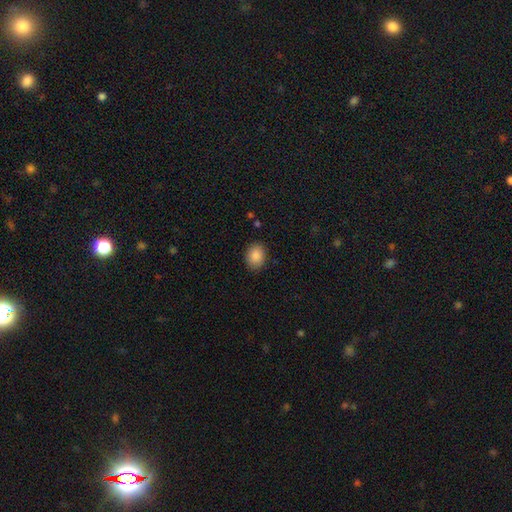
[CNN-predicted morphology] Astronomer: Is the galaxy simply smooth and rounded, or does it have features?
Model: smooth — 88%.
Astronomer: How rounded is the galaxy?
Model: in between — 62%.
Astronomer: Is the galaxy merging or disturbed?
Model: none — 88%.